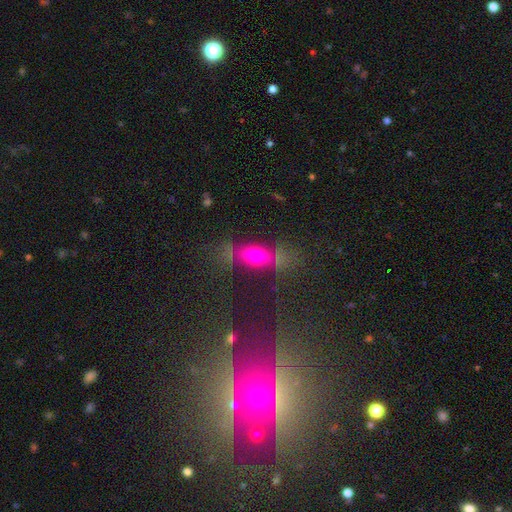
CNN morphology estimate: Smooth or featured? Predicted: smooth (p=0.67). How rounded? Predicted: in between (p=0.74). Merging? Predicted: none (p=0.62).